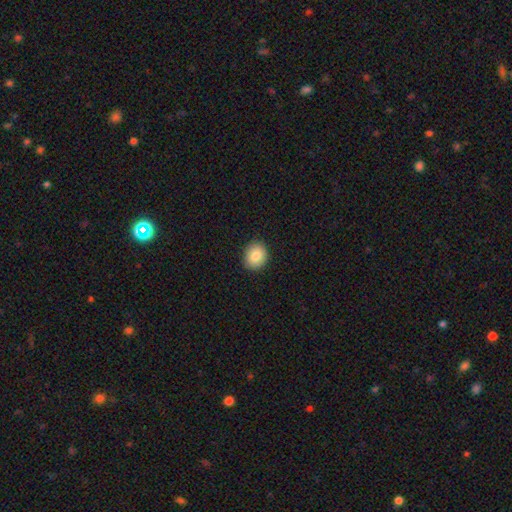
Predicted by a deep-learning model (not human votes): This is clearly a smooth galaxy (84%). How rounded: likely round (67%). Merging: clearly none (89%).